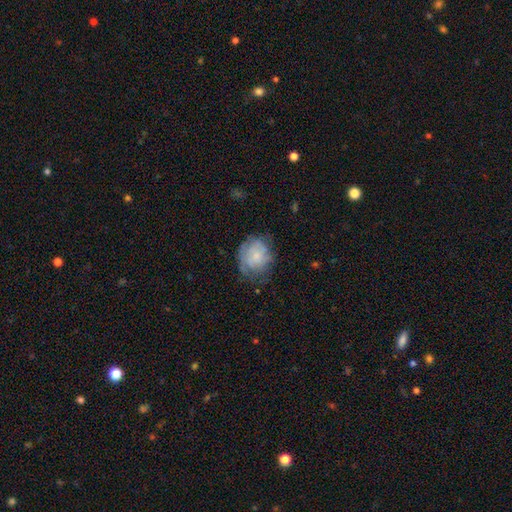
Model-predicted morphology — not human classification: A smooth galaxy with no disk features (53%) that is round (69%).

Vote fractions:
- Smooth or featured? smooth: 53% / featured or disk: 39% / star or artifact: 9%
- How rounded? round: 69% / in between: 30% / cigar-shaped: 1%
- Merging? none: 58% / minor disturbance: 27% / major disturbance: 13% / merger: 2%